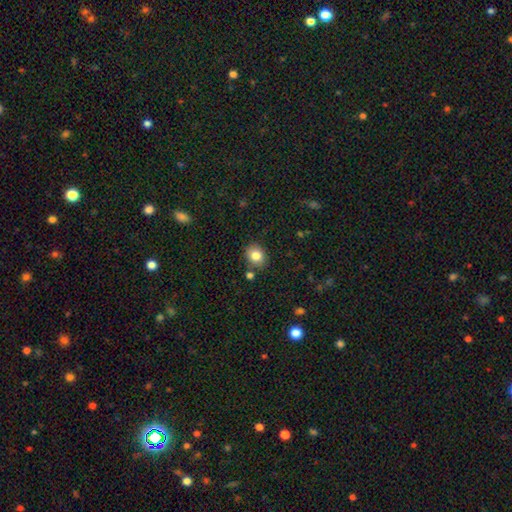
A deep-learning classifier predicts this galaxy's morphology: smooth 83%, star or artifact 10%, featured or disk 8%. Down the decision tree: how rounded — round (62%); merging — none (81%).